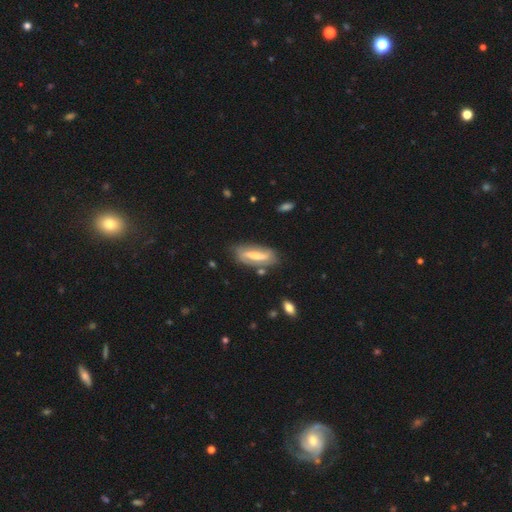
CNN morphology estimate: type=featured or disk (65%); edge-on=no (81%); bar=strong (54%); spiral arms=yes (79%); bulge=moderate (48%); merging=none (73%).